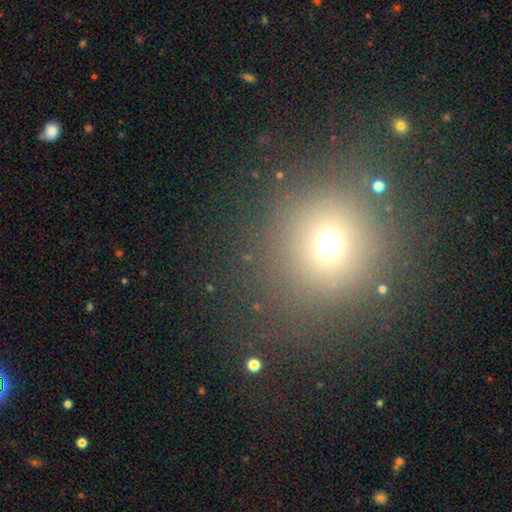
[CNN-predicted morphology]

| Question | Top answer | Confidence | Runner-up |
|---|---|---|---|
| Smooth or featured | smooth | 61% | star or artifact (30%) |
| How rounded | round | 90% | in between (9%) |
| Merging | none | 84% | minor disturbance (8%) |